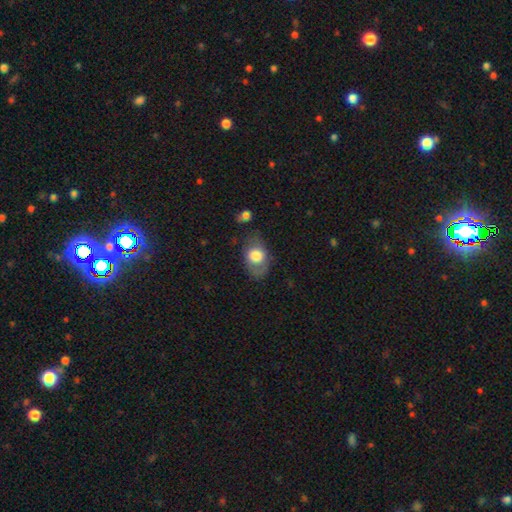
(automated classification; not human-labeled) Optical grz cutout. It shows a smooth galaxy with no disk features (66%) that is in between round and cigar-shaped (76%). Merging: none (62%).